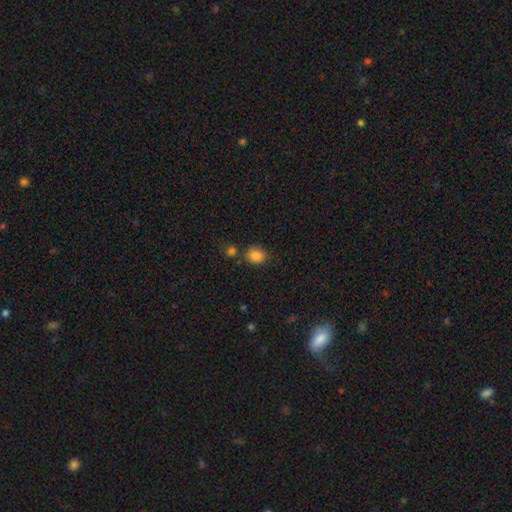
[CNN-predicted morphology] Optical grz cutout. It shows a smooth galaxy with no disk features (85%) that is round (52%). Merging: none (72%).